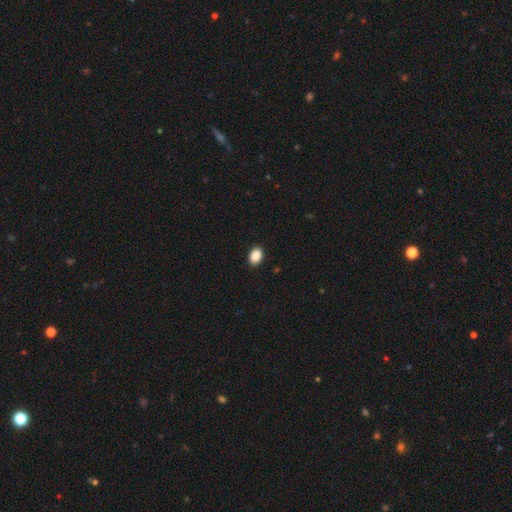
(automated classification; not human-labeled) smooth-or-featured: smooth: 89% | star or artifact: 8% | featured or disk: 3%
  how-rounded: in between: 77% | round: 22% | cigar-shaped: 1%
  merging: none: 90% | minor disturbance: 7% | major disturbance: 2% | merger: 1%